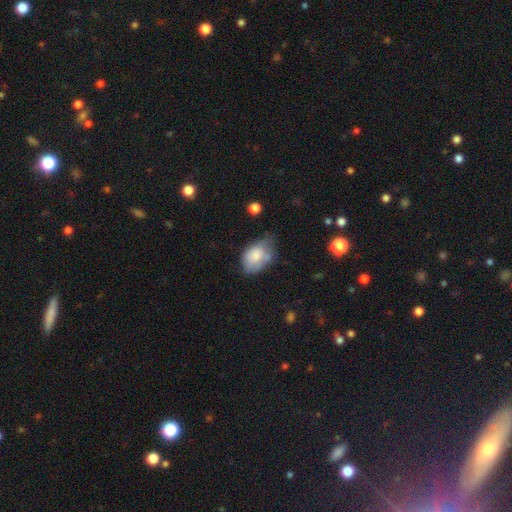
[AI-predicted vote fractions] A smooth galaxy with no disk features (74%) that is in between round and cigar-shaped (82%). Merging: minor disturbance (40%).